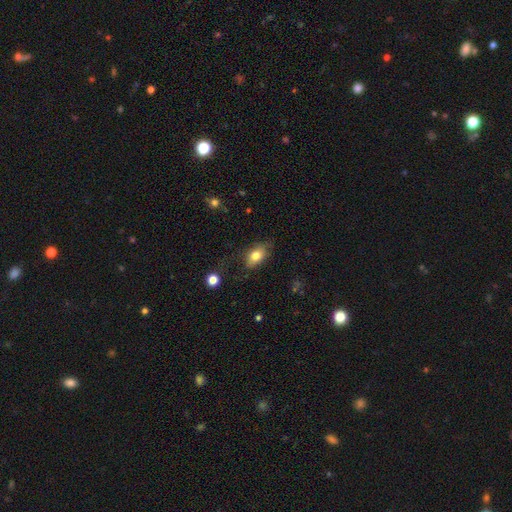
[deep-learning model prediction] smooth_or_featured: smooth (p=0.78) [alt: featured or disk p=0.14]
how_rounded: in between (p=0.87) [alt: round p=0.10]
merging: none (p=0.66) [alt: minor disturbance p=0.23]